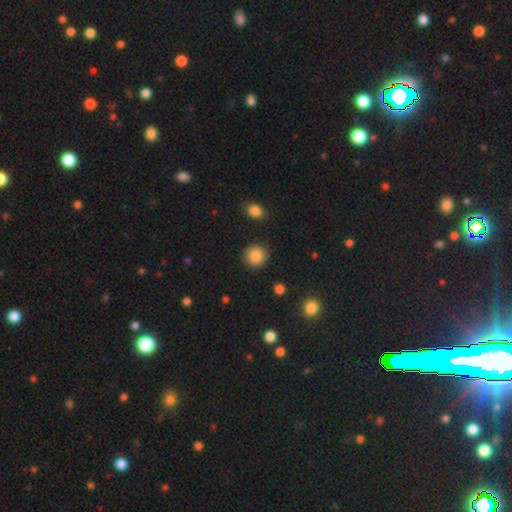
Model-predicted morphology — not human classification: smooth 85%, star or artifact 9%, featured or disk 6%. Down the decision tree: how rounded — round (91%); merging — none (88%).